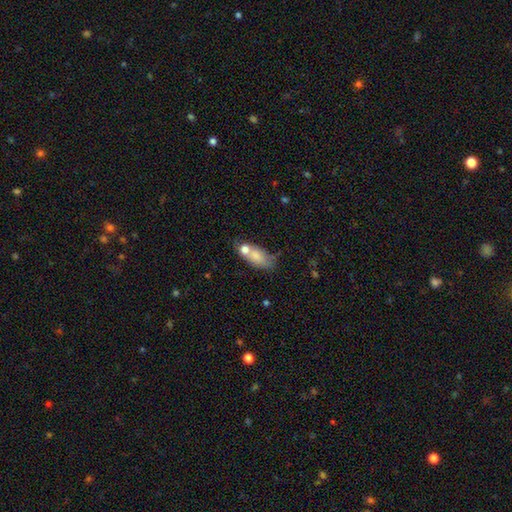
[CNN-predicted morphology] Smooth or featured?
  - smooth: 73% *
  - featured or disk: 18%
  - star or artifact: 9%
How rounded?
  - in between: 80% *
  - cigar-shaped: 13%
  - round: 7%
Merging?
  - none: 39% *
  - merger: 33%
  - minor disturbance: 19%
  - major disturbance: 9%